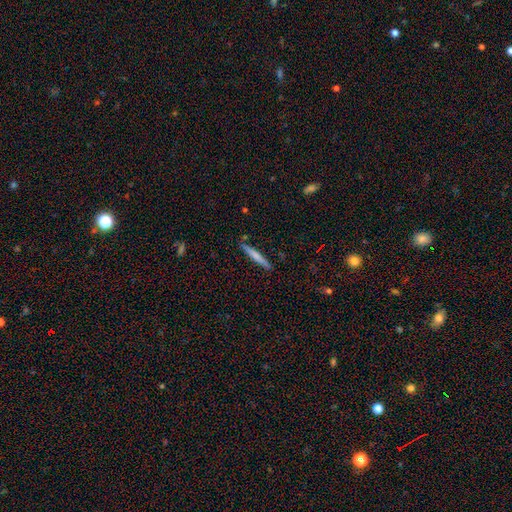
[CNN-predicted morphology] This is likely a smooth galaxy (66%). How rounded: clearly cigar-shaped (96%). Merging: clearly none (88%).